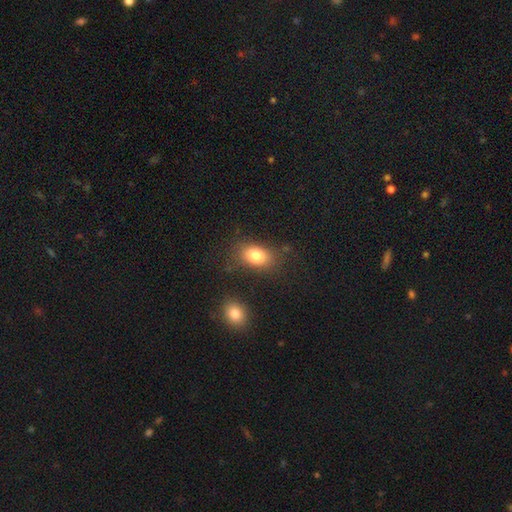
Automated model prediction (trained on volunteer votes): smooth-or-featured: smooth: 80% | featured or disk: 10% | star or artifact: 9%
  how-rounded: in between: 80% | round: 19% | cigar-shaped: 2%
  merging: none: 76% | minor disturbance: 14% | major disturbance: 6% | merger: 4%